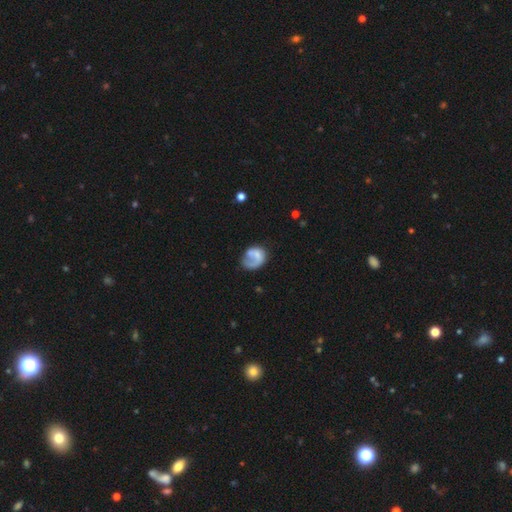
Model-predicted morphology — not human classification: smooth-or-featured: smooth: 46% (tied) | featured or disk: 46% (tied) | star or artifact: 8%
  merging: major disturbance: 37% | none: 35% | minor disturbance: 22% | merger: 7%